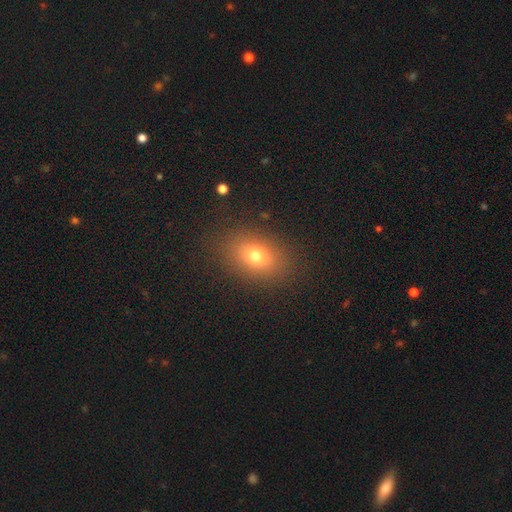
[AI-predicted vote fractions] This is likely a smooth galaxy (73%). How rounded: likely in between (69%). Merging: clearly none (86%).